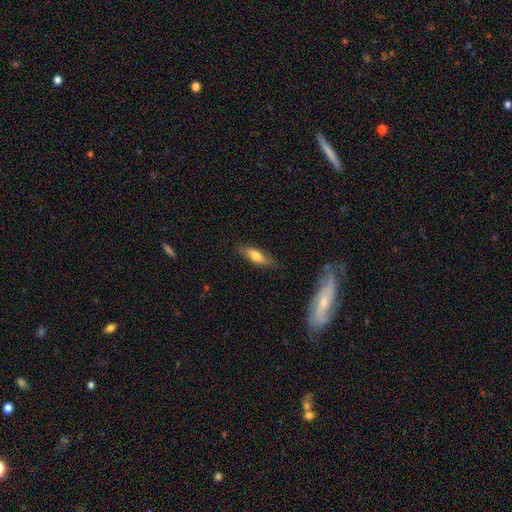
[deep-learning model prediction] Smooth or featured? Predicted: smooth (p=0.68). How rounded? Predicted: in between (p=0.51). Merging? Predicted: none (p=0.78).